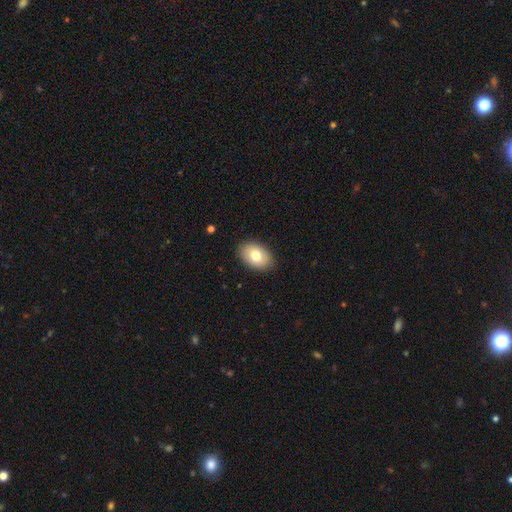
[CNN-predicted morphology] smooth 78%, featured or disk 14%, star or artifact 7%. Down the decision tree: how rounded — in between (89%); merging — none (89%).